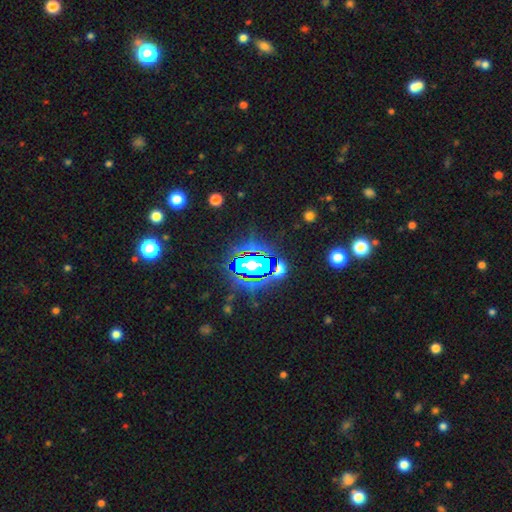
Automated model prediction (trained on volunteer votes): This appears to be a star or artifact, not a galaxy (83%).